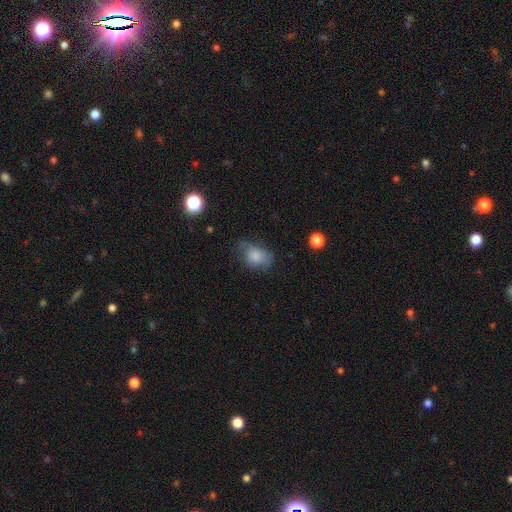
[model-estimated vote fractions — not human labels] smooth 76%, featured or disk 15%, star or artifact 10%. Down the decision tree: how rounded — in between (75%); merging — none (43%).